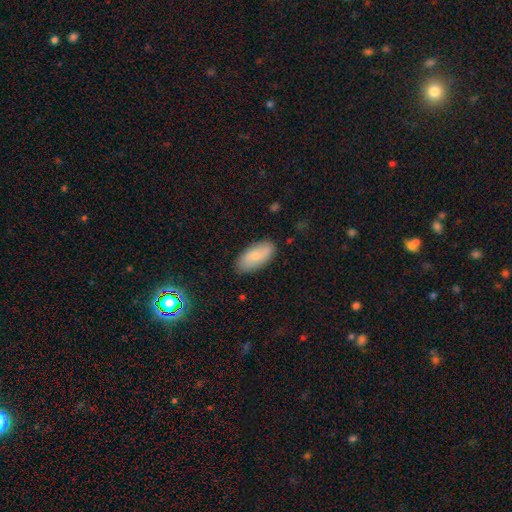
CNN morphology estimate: This is likely a smooth galaxy (75%). How rounded: clearly in between (91%). Merging: clearly none (85%).